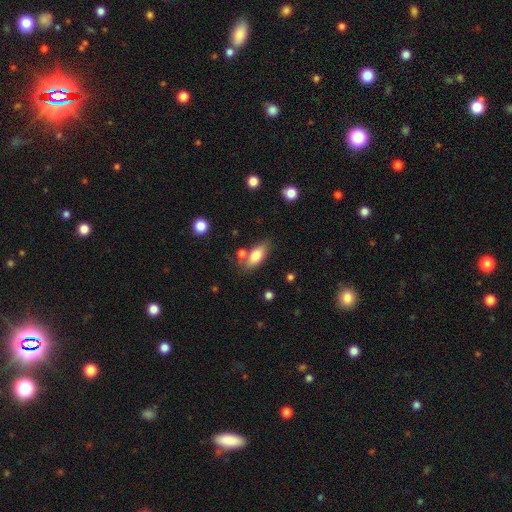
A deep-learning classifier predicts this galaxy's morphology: A smooth galaxy with no disk features (75%) that is in between round and cigar-shaped (82%). Merging: none (68%).